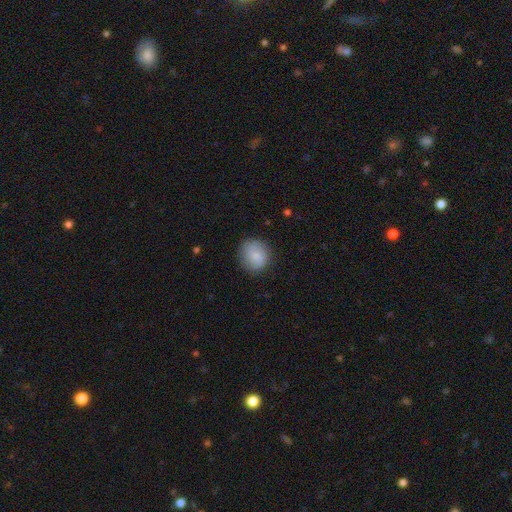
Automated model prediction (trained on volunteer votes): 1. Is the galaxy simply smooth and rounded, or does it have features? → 69% smooth, 23% featured or disk, 7% star or artifact.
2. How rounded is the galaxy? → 83% round, 16% in between, 1% cigar-shaped.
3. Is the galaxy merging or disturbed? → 82% none, 13% minor disturbance, 4% major disturbance, 1% merger.